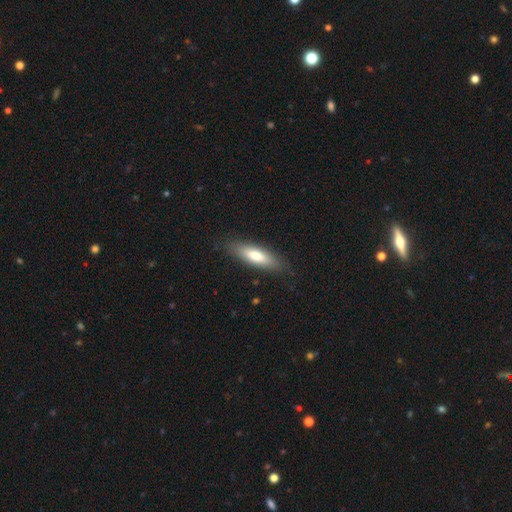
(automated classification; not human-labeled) smooth_or_featured: smooth (p=0.74) [alt: featured or disk p=0.21]
how_rounded: cigar-shaped (p=0.52) [alt: in between p=0.47]
merging: none (p=0.84) [alt: minor disturbance p=0.12]